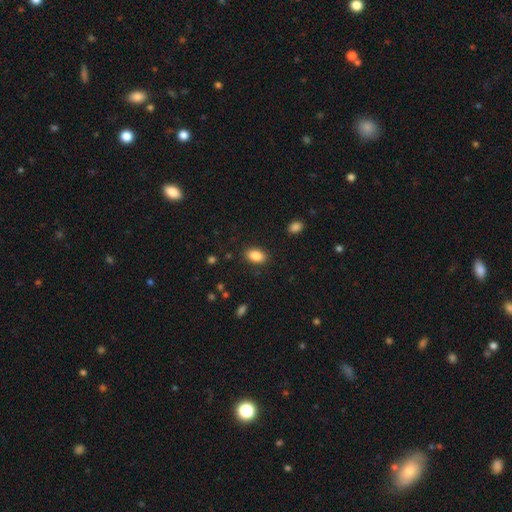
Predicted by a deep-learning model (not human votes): This appears to be a smooth galaxy with no disk features (87%) that is in between round and cigar-shaped (90%). Merging: none (87%).